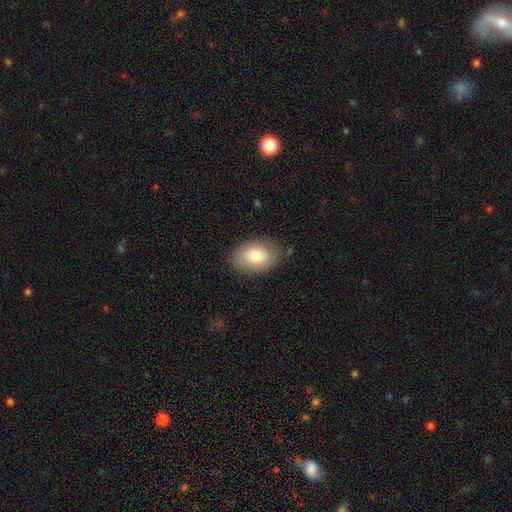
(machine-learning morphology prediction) A smooth galaxy with no disk features (78%) that is in between round and cigar-shaped (84%). Merging: none (80%).